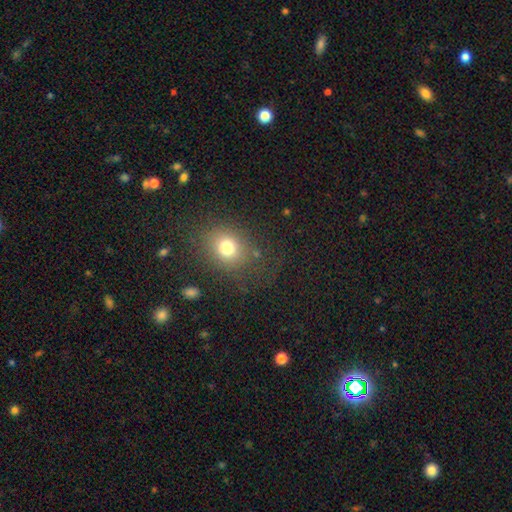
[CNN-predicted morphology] A smooth galaxy with no disk features (72%) that is round (66%). Merging: none (81%).